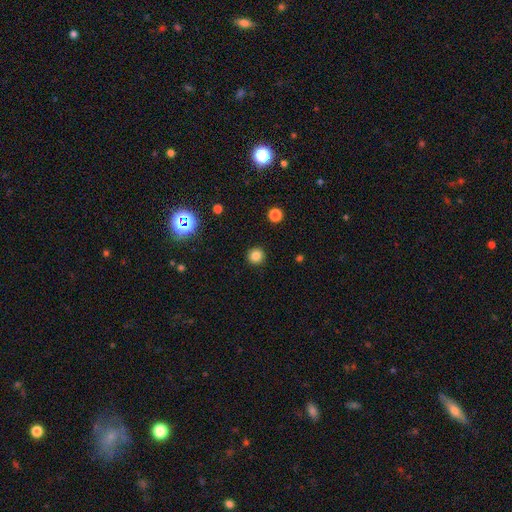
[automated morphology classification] Smooth or featured?
  - smooth: 81% *
  - star or artifact: 13%
  - featured or disk: 5%
How rounded?
  - round: 95% *
  - in between: 4%
  - cigar-shaped: 1%
Merging?
  - none: 92% *
  - minor disturbance: 5%
  - major disturbance: 2%
  - merger: 1%